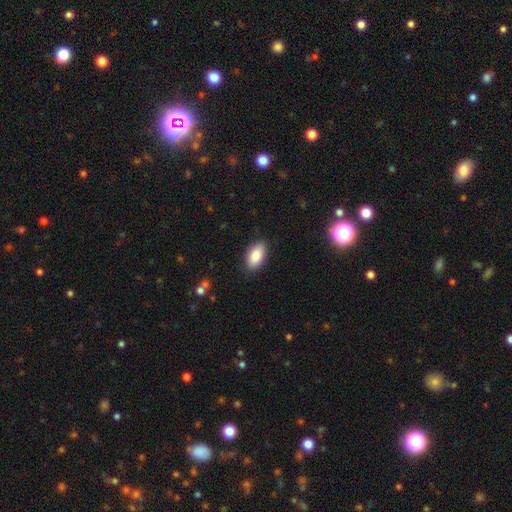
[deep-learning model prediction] smooth-or-featured: smooth: 88% | star or artifact: 7% | featured or disk: 6%
  how-rounded: in between: 94% | round: 4% | cigar-shaped: 3%
  merging: none: 86% | minor disturbance: 10% | major disturbance: 2% | merger: 1%